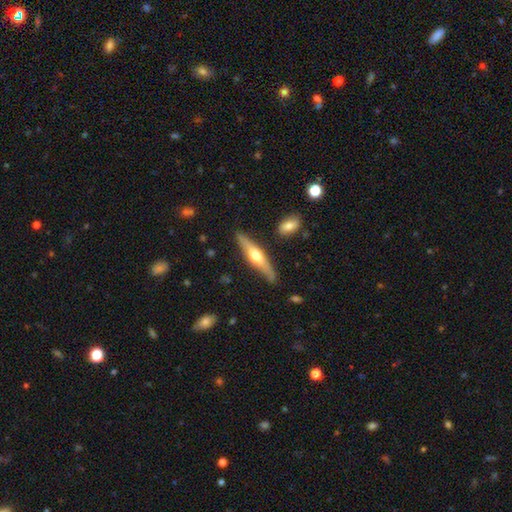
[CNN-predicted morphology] Smooth or featured: featured or disk — 61% (smooth — 34%)
Edge-on disk: yes — 92% (no — 8%)
Edge-on bulge: rounded — 90% (boxy — 5%)
Merging: none — 81% (minor disturbance — 13%)